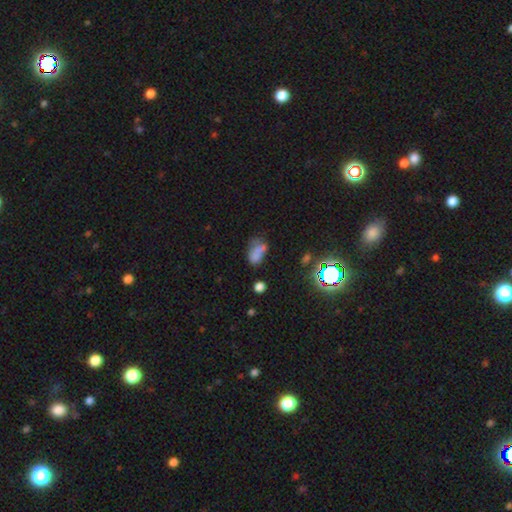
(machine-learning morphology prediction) This appears to be a smooth galaxy with no disk features (64%) that is in between round and cigar-shaped (85%). Merging: none (33%).